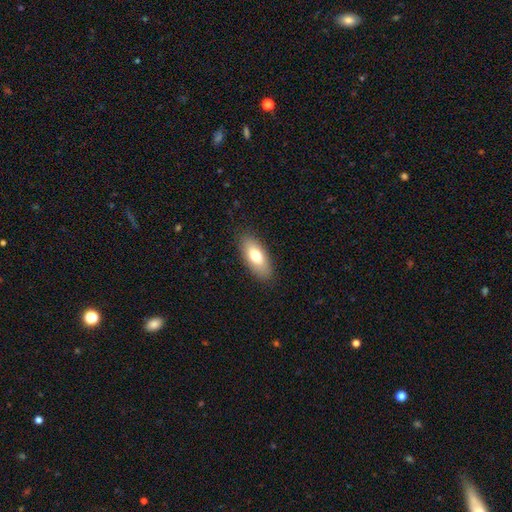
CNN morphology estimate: Smooth or featured? smooth (74%)
How rounded? in between (83%)
Merging? none (87%)